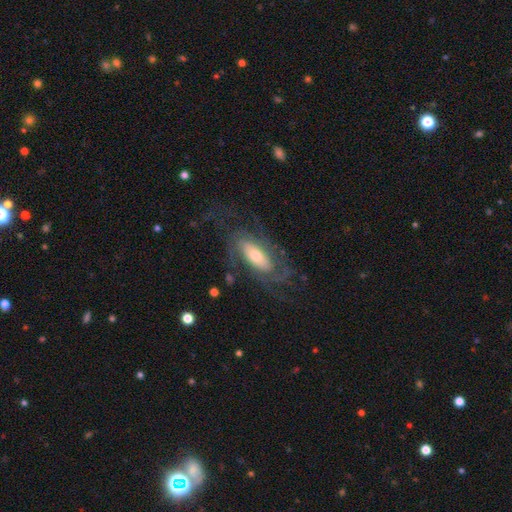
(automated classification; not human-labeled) A featured or disk galaxy (77%) with no bar (52%), 2 (44%) tight (41%) spiral arms (90%) and a moderate central bulge (48%).

Vote fractions:
- Smooth or featured? featured or disk: 77% / smooth: 17% / star or artifact: 6%
- Edge-on disk? no: 90% / yes: 10%
- Bar? no: 52% / weak: 30% / strong: 18%
- Spiral arms? yes: 90% / no: 10%
- Spiral winding? tight: 41% / medium: 40% / loose: 19%
- Spiral arm count? 2: 44% / can't tell: 29% / 3: 13% / 4: 5% / 1: 5% / more than 4: 4%
- Bulge size? moderate: 48% / small: 29% / large: 19% / dominant: 3% / none: 2%
- Merging? none: 62% / major disturbance: 19% / minor disturbance: 17% / merger: 1%